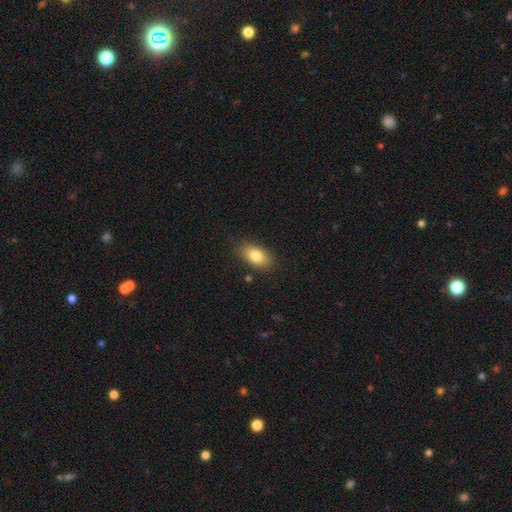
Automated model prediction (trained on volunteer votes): smooth 82%, featured or disk 10%, star or artifact 8%. Down the decision tree: how rounded — in between (90%); merging — none (82%).